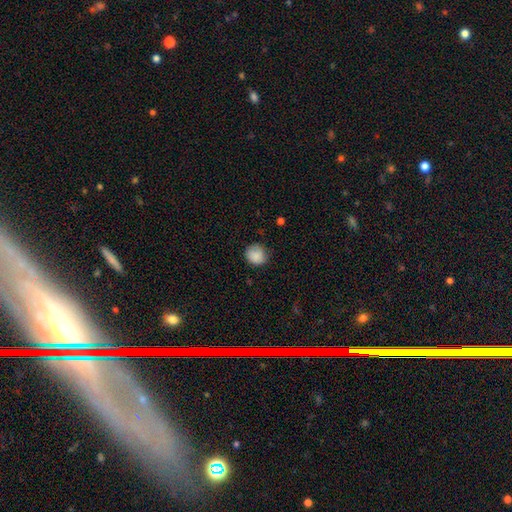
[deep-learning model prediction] smooth_or_featured: smooth (p=0.88) [alt: star or artifact p=0.08]
how_rounded: round (p=0.85) [alt: in between p=0.14]
merging: none (p=0.77) [alt: minor disturbance p=0.19]